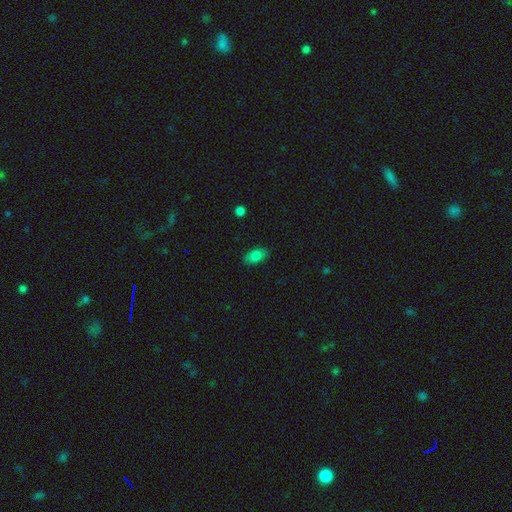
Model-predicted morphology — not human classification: A smooth galaxy with no disk features (82%) that is in between round and cigar-shaped (91%).

Vote fractions:
- Smooth or featured? smooth: 82% / featured or disk: 9% / star or artifact: 9%
- How rounded? in between: 91% / round: 6% / cigar-shaped: 3%
- Merging? none: 85% / minor disturbance: 11% / major disturbance: 3% / merger: 1%